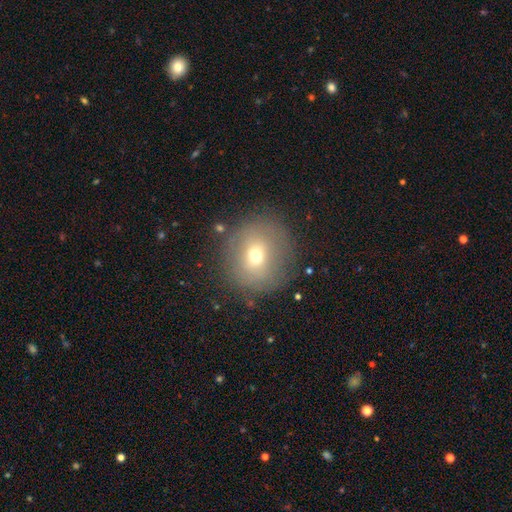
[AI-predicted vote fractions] The model was most divided on "smooth or featured": smooth: 61%, featured or disk: 23%, star or artifact: 16%. More confident: how rounded — round (90%); merging — none (79%).